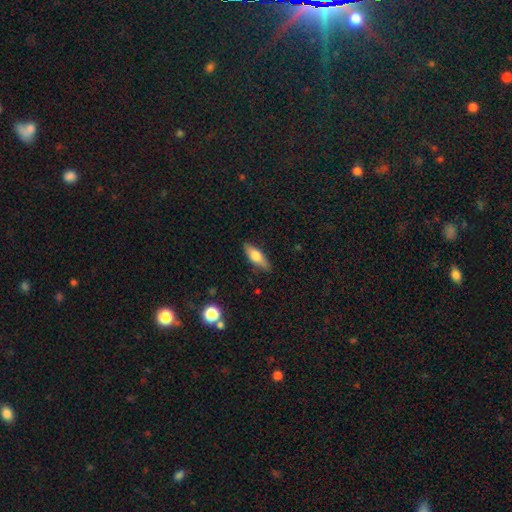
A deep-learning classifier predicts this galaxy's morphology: A smooth galaxy with no disk features (63%) that is in between round and cigar-shaped (59%). Merging: none (86%).